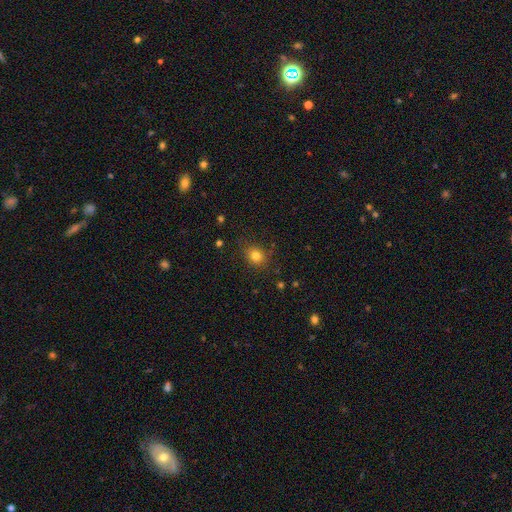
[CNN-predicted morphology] A smooth galaxy with no disk features (80%) that is round (69%). Merging: none (82%).